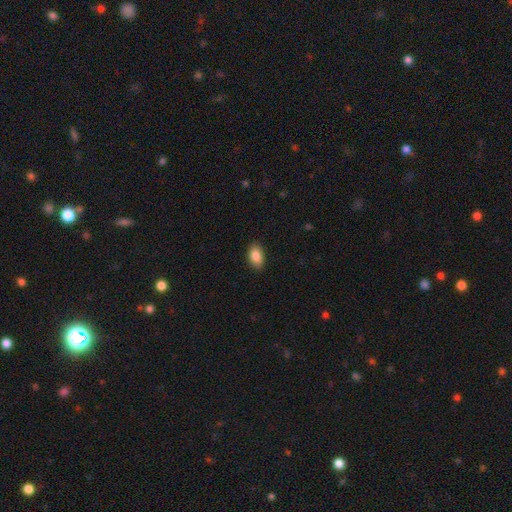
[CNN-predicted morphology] Smooth or featured? Predicted: smooth (p=0.87). How rounded? Predicted: in between (p=0.91). Merging? Predicted: none (p=0.87).